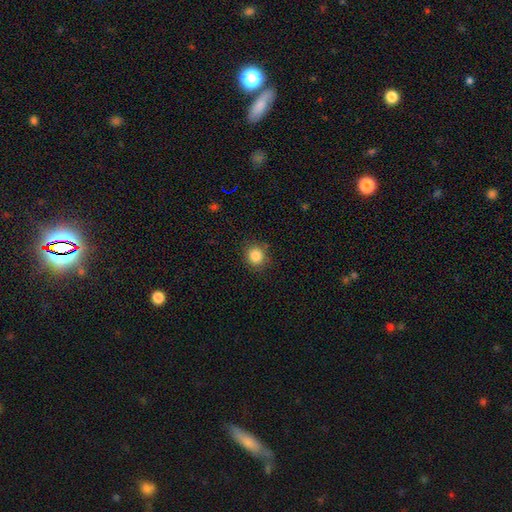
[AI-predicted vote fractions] A smooth galaxy with no disk features (85%) that is round (85%). Merging: none (84%).